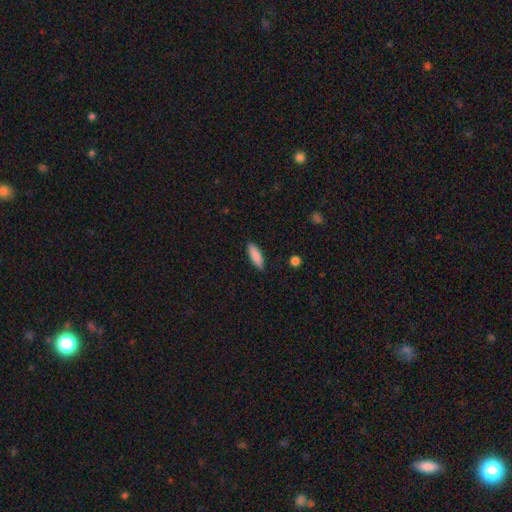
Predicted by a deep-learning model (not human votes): Smooth or featured: smooth — 88% (star or artifact — 6%)
How rounded: in between — 53% (cigar-shaped — 46%)
Merging: none — 89% (minor disturbance — 8%)